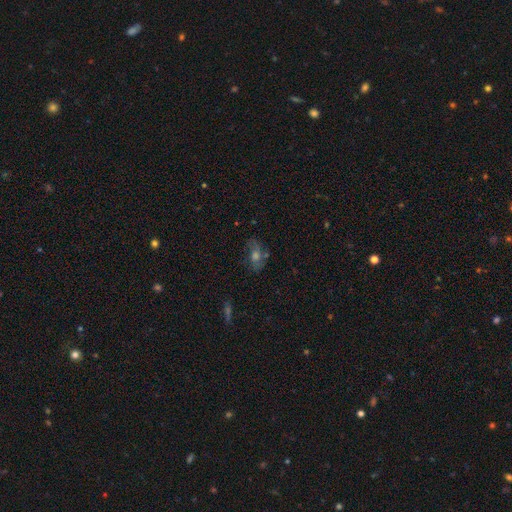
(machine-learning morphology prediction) Smooth or featured: featured or disk — 45% (smooth — 33%)
Merging: none — 66% (minor disturbance — 19%)